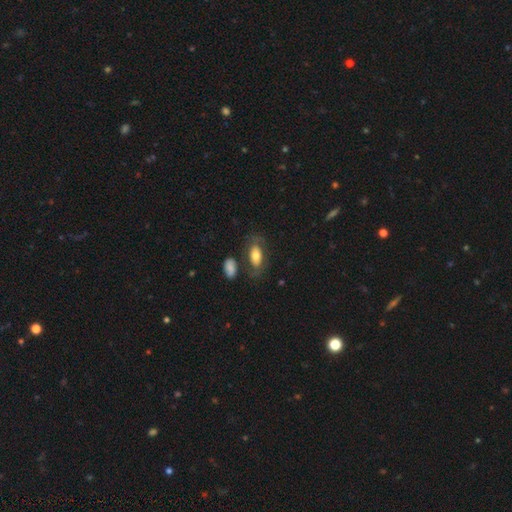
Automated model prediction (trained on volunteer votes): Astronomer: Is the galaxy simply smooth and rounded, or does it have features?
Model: smooth — 61%.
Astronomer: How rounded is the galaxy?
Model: in between — 89%.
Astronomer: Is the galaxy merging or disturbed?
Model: none — 61%.